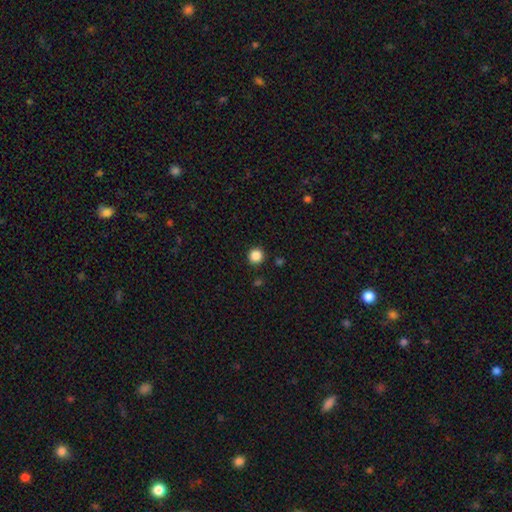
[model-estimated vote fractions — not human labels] Smooth or featured: smooth — 86% (star or artifact — 11%)
How rounded: round — 96% (in between — 3%)
Merging: none — 92% (minor disturbance — 5%)